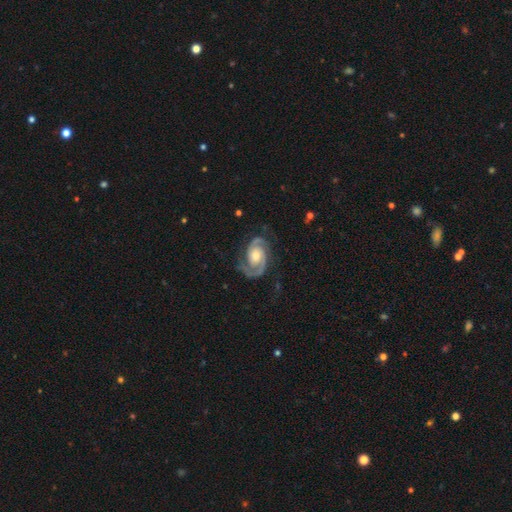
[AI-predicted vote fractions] smooth-or-featured: featured or disk: 92% | star or artifact: 4% | smooth: 4%
  disk-edge-on: no: 98% | yes: 2%
    bar: no: 66% | weak: 26% | strong: 7%
    has-spiral-arms: yes: 98% | no: 2%
      spiral-winding: medium: 47% | tight: 44% | loose: 9%
      spiral-arm-count: 2: 92% | 3: 2% | can't tell: 2% | 1: 2% | 4: 1% | more than 4: 1%
    bulge-size: moderate: 62% | small: 26% | large: 9% | none: 2% | dominant: 1%
  merging: none: 79% | minor disturbance: 14% | major disturbance: 6% | merger: 1%